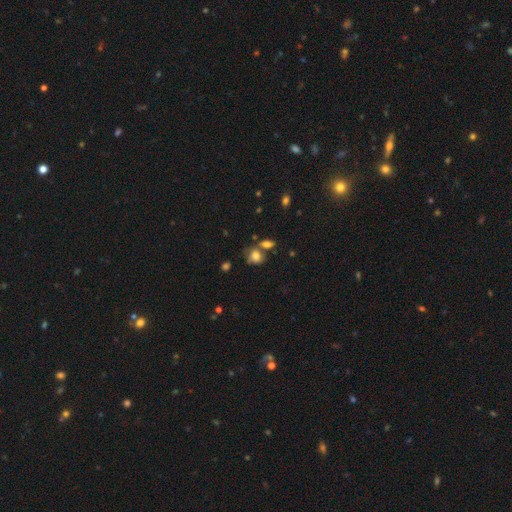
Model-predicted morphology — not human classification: type=smooth (72%); roundness=round (56%); merging=none (49%).